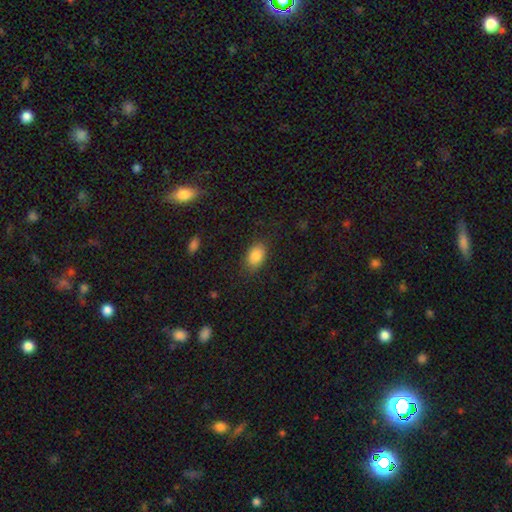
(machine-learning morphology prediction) smooth_or_featured: smooth (p=0.86) [alt: star or artifact p=0.08]
how_rounded: in between (p=0.88) [alt: round p=0.11]
merging: none (p=0.82) [alt: minor disturbance p=0.13]